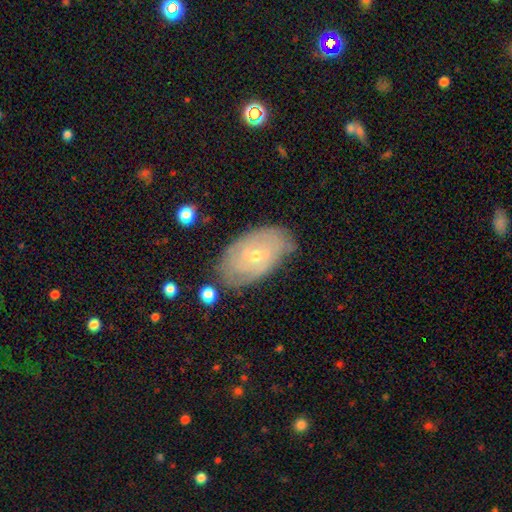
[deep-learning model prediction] This appears to be a featured or disk galaxy (70%) with no bar (71%), tight (74%) spiral arms (79%) and a small central bulge (64%). Merging: none (72%).